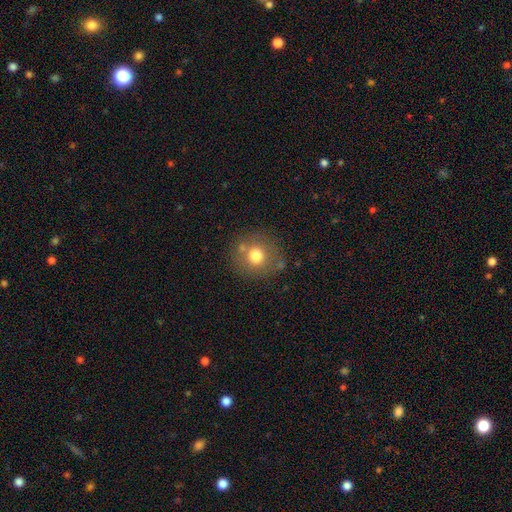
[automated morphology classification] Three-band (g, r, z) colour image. It shows a smooth galaxy with no disk features (73%) that is round (90%). Merging: none (78%).